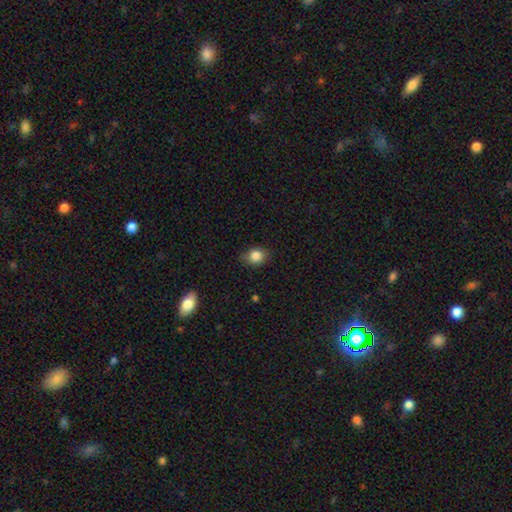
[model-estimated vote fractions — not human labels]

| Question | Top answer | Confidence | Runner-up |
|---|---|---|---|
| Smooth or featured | smooth | 84% | star or artifact (10%) |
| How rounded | round | 50% | in between (48%) |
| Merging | none | 80% | minor disturbance (16%) |